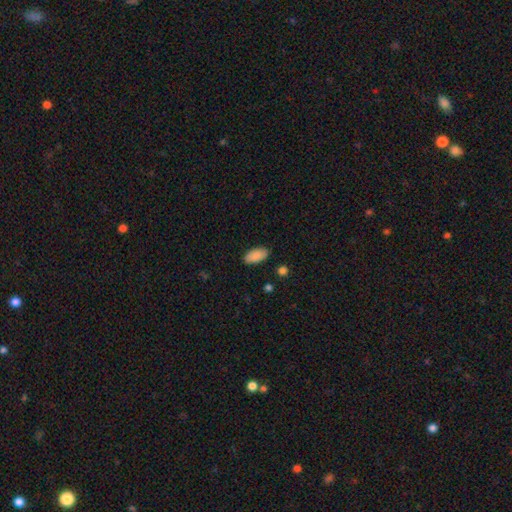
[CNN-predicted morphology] Q: Smooth or featured?
A: smooth (89%); runner-up: star or artifact (6%)
Q: How rounded?
A: in between (93%); runner-up: cigar-shaped (5%)
Q: Merging?
A: none (87%); runner-up: minor disturbance (10%)